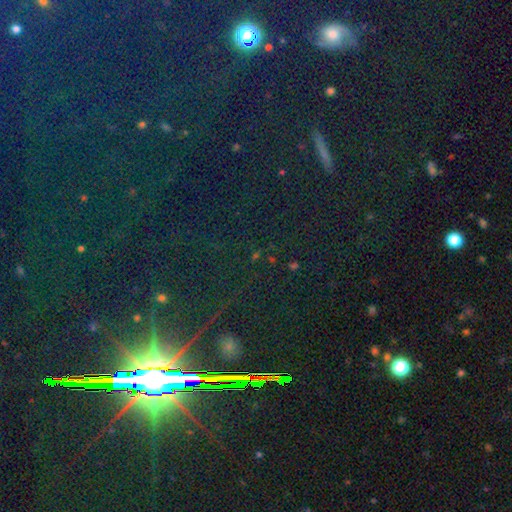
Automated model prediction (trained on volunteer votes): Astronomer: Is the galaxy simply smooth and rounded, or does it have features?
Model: star or artifact — 74%.